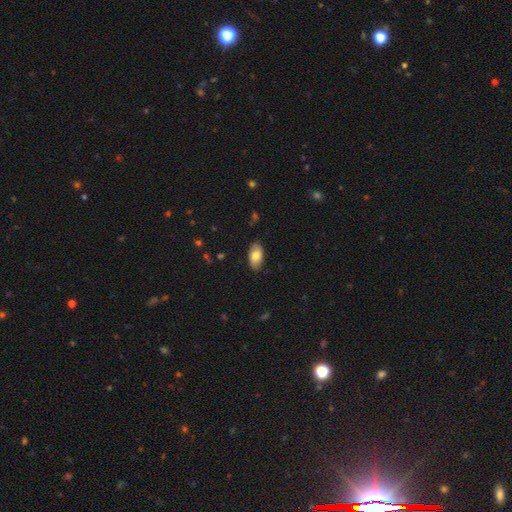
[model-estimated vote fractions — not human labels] This appears to be a smooth galaxy with no disk features (77%) that is in between round and cigar-shaped (94%). Merging: none (86%).